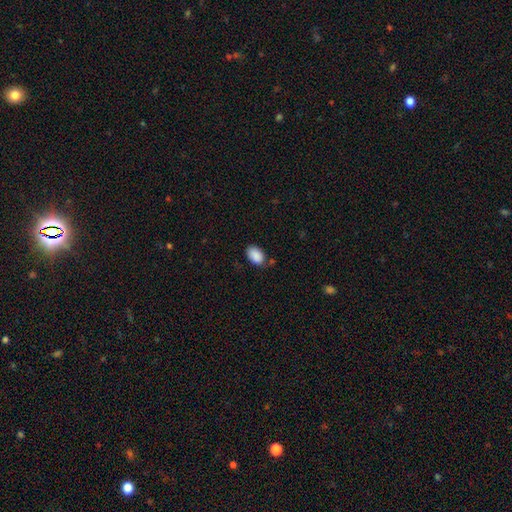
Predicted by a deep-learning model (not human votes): The model was most divided on "merging": none: 73%, minor disturbance: 20%, major disturbance: 4%, merger: 4%. More confident: how rounded — in between (91%); smooth or featured — smooth (89%).